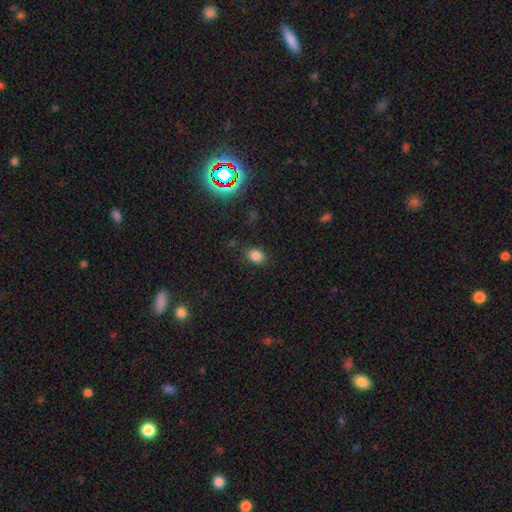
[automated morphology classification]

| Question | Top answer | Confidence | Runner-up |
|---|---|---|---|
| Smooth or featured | smooth | 80% | star or artifact (14%) |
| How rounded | in between | 66% | round (32%) |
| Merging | none | 83% | minor disturbance (12%) |